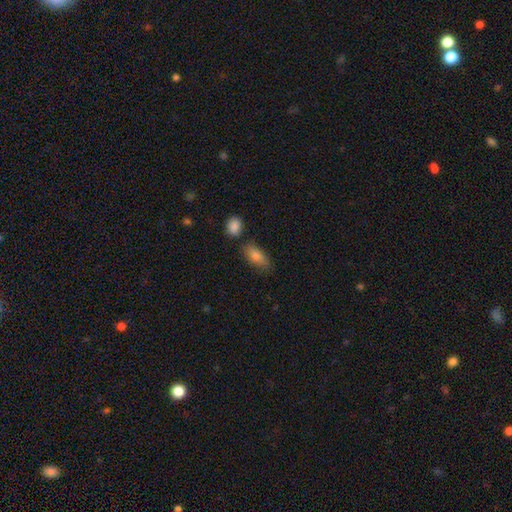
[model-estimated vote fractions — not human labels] The model was most divided on "merging": none: 72%, minor disturbance: 17%, merger: 7%, major disturbance: 4%. More confident: how rounded — in between (83%); smooth or featured — smooth (82%).